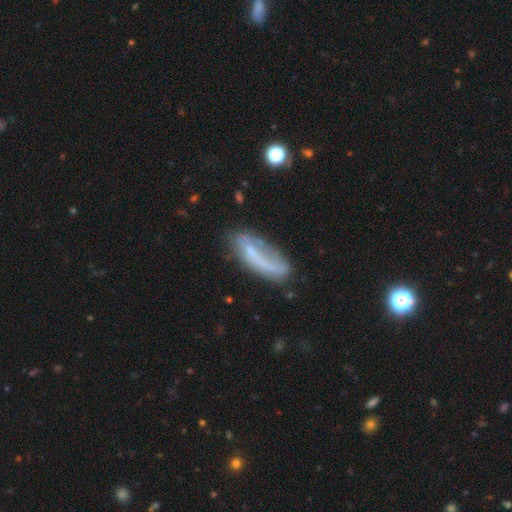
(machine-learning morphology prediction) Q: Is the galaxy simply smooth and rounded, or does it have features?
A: smooth — 45%, tied with featured or disk.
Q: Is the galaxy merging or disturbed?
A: none — 47%.